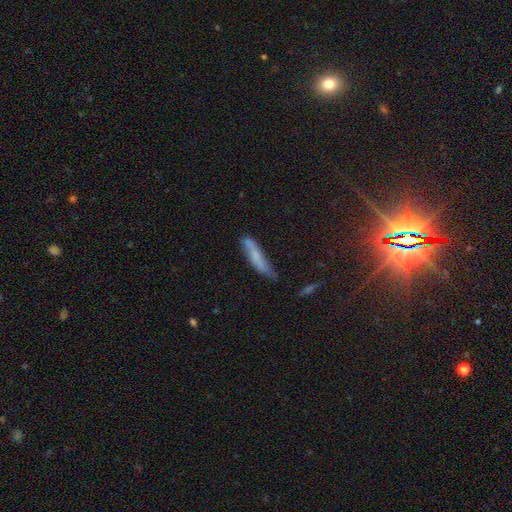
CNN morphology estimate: Q: Smooth or featured?
A: smooth (63%); runner-up: featured or disk (29%)
Q: How rounded?
A: cigar-shaped (83%); runner-up: in between (15%)
Q: Merging?
A: none (56%); runner-up: minor disturbance (31%)